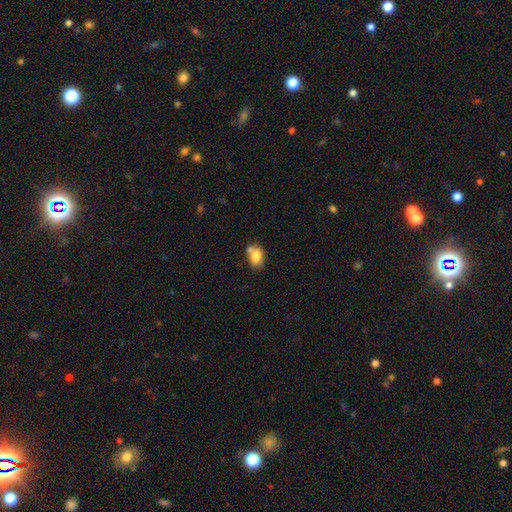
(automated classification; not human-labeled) The model was most divided on "merging": none: 48%, merger: 31%, minor disturbance: 16%, major disturbance: 5%. More confident: smooth or featured — smooth (79%); how rounded — in between (74%).